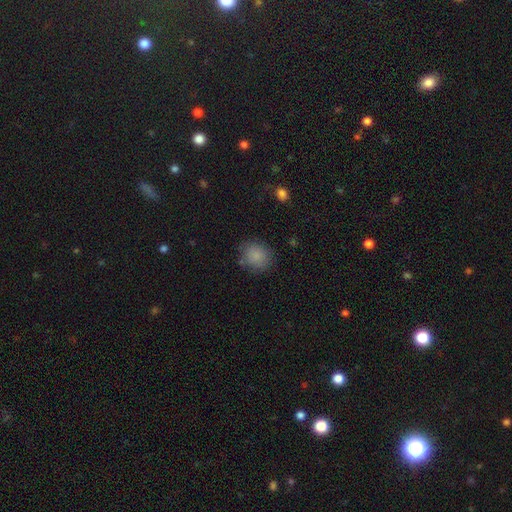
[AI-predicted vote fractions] This is clearly a smooth galaxy (85%). How rounded: likely round (74%). Merging: likely none (79%).